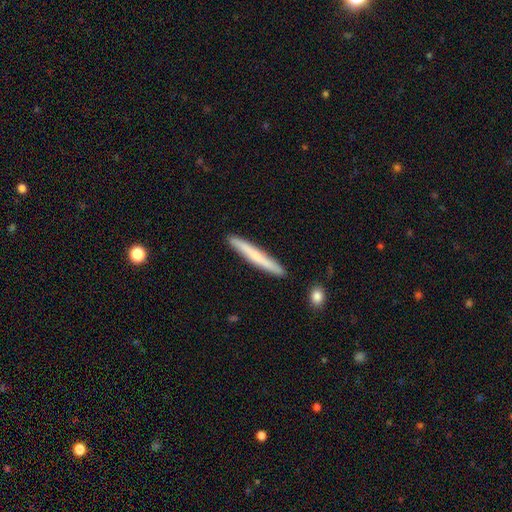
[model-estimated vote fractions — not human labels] Smooth or featured? Predicted: smooth (p=0.62). How rounded? Predicted: cigar-shaped (p=0.97). Merging? Predicted: none (p=0.90).